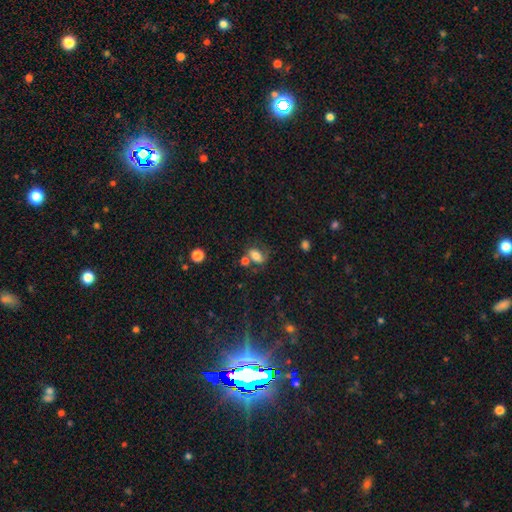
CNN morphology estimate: Overall: smooth (68%). How rounded: in between (82%). Merging: none (41%; merger 25%).